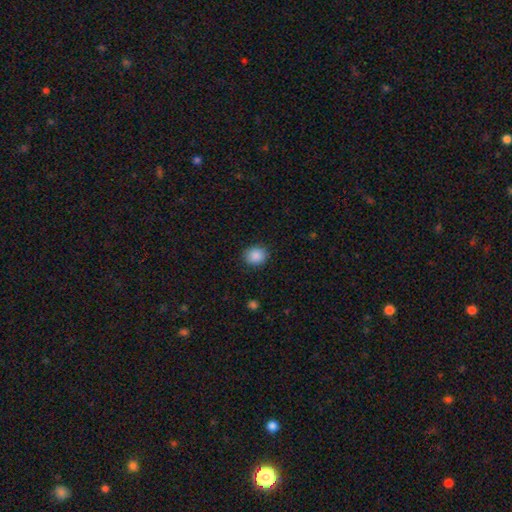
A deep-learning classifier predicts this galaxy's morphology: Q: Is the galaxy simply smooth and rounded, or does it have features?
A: smooth — 88%.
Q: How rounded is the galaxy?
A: round — 72%.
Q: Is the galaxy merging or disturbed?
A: none — 88%.